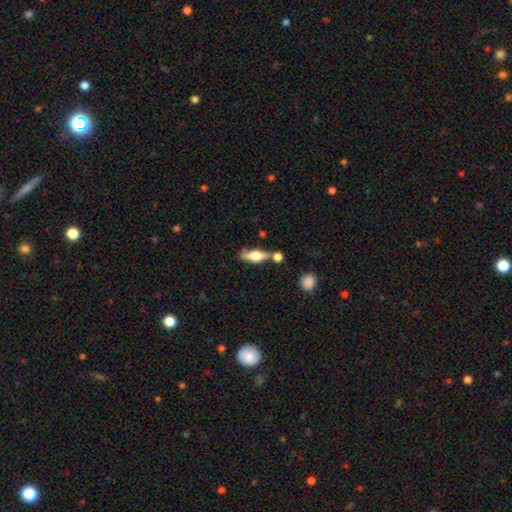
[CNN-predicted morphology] This is possibly a featured or disk galaxy (48%). Merging: likely none (66%).